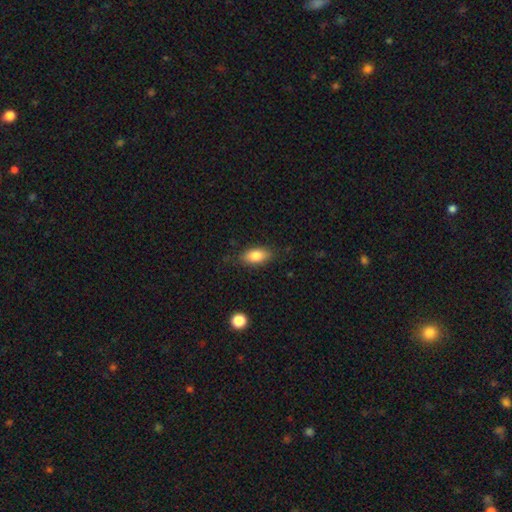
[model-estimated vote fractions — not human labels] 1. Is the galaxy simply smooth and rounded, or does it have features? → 82% smooth, 11% featured or disk, 8% star or artifact.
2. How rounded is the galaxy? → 88% in between, 6% cigar-shaped, 5% round.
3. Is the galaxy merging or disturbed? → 82% none, 13% minor disturbance, 3% major disturbance, 1% merger.